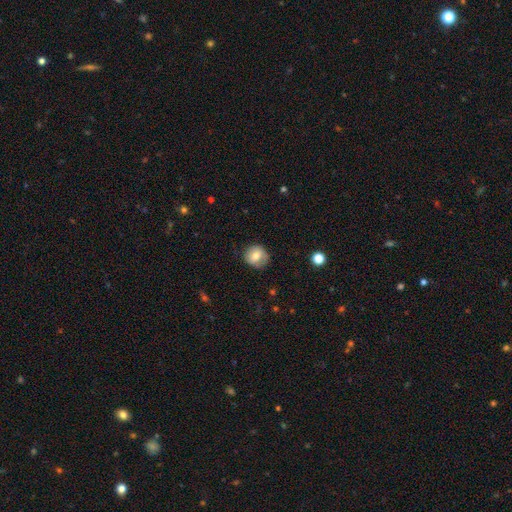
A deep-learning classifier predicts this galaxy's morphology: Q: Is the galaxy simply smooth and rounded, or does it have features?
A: smooth — 72%.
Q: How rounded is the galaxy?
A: round — 85%.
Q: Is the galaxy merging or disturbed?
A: none — 79%.